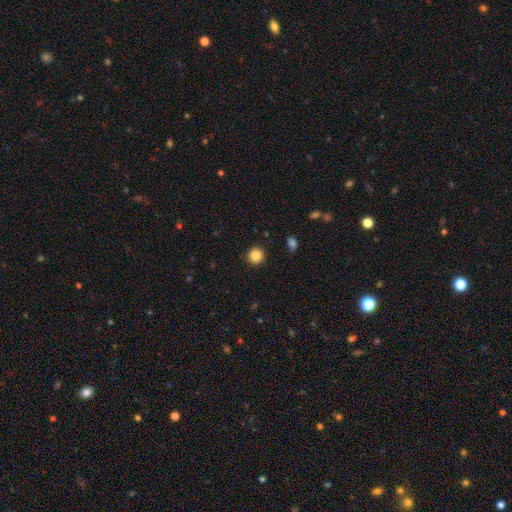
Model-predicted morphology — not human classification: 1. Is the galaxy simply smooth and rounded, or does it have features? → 87% smooth, 10% star or artifact, 3% featured or disk.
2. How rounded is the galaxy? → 94% round, 5% in between, 1% cigar-shaped.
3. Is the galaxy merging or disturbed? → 90% none, 6% minor disturbance, 2% major disturbance, 1% merger.